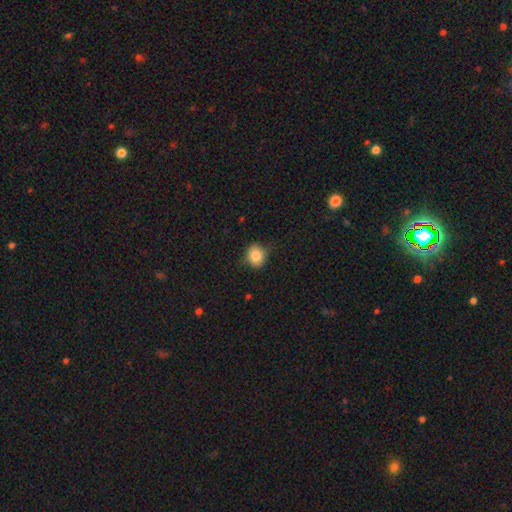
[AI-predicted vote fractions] Smooth or featured? smooth (84%)
How rounded? round (71%)
Merging? none (79%)